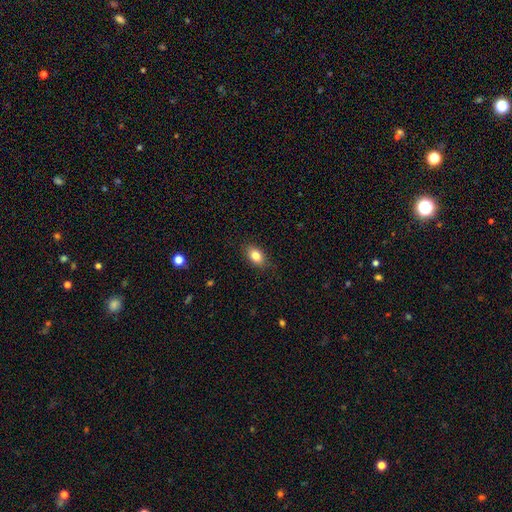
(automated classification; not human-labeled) Q: Smooth or featured?
A: smooth (83%); runner-up: featured or disk (9%)
Q: How rounded?
A: in between (85%); runner-up: round (12%)
Q: Merging?
A: none (85%); runner-up: minor disturbance (12%)